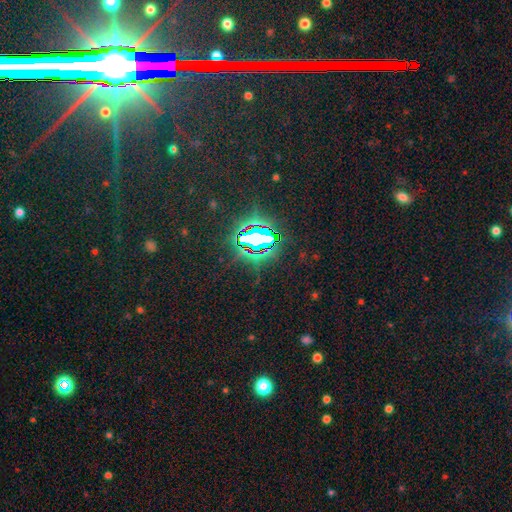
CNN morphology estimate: star or artifact 83%, smooth 9%, featured or disk 8%.